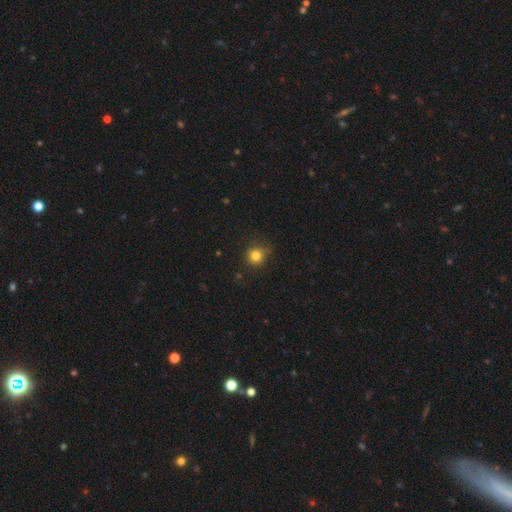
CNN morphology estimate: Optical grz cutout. It shows a smooth galaxy with no disk features (81%) that is round (89%). Merging: none (78%).